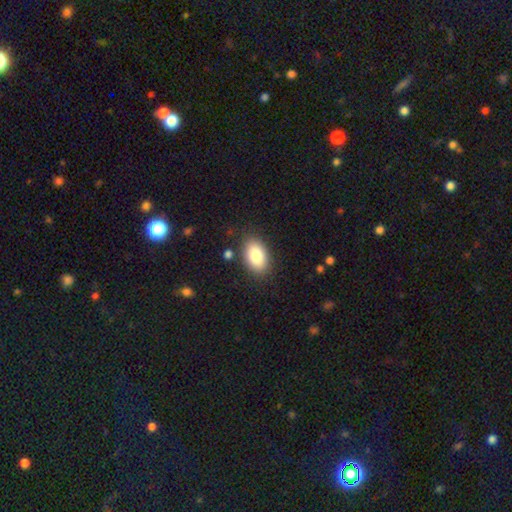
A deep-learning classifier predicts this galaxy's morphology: smooth 86%, featured or disk 7%, star or artifact 7%. Down the decision tree: how rounded — in between (93%); merging — none (86%).